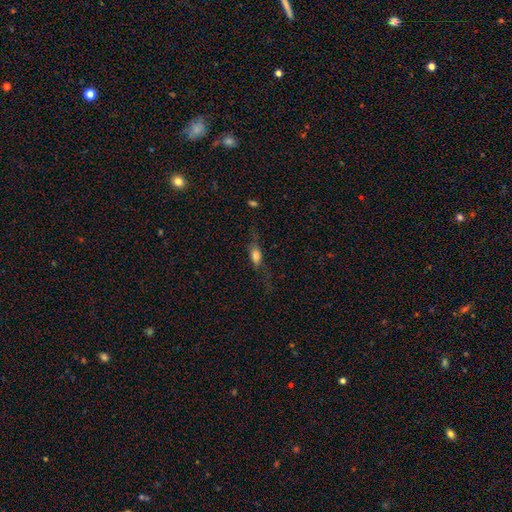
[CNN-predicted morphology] smooth_or_featured: smooth (p=0.63) [alt: featured or disk p=0.27]
how_rounded: in between (p=0.69) [alt: cigar-shaped p=0.24]
merging: none (p=0.54) [alt: minor disturbance p=0.23]